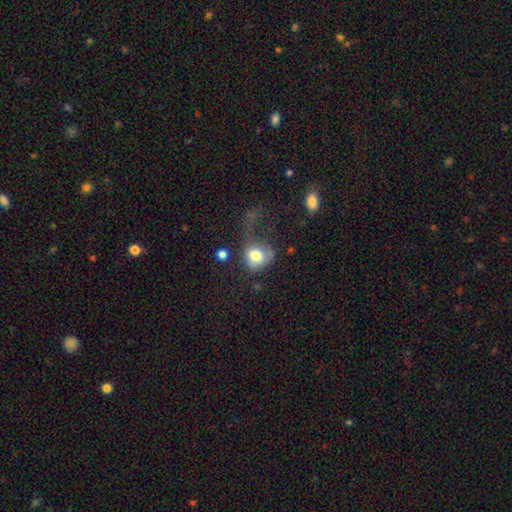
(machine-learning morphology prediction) smooth 76%, featured or disk 15%, star or artifact 9%. Down the decision tree: how rounded — round (70%); merging — major disturbance (44%).